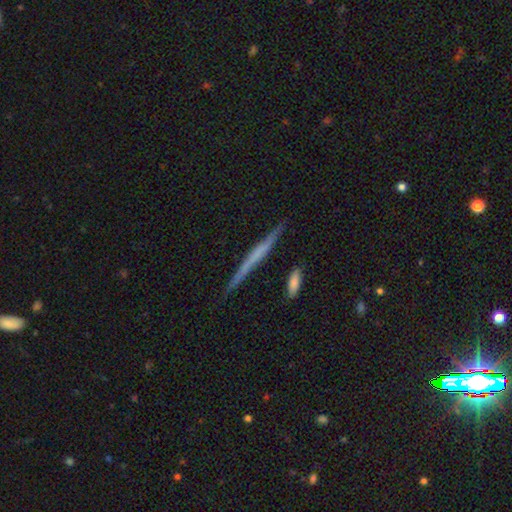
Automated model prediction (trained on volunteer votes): The model was most divided on "smooth or featured": featured or disk: 57%, smooth: 37%, star or artifact: 7%. More confident: edge-on disk — yes (97%); merging — none (87%); edge-on bulge — none (79%).